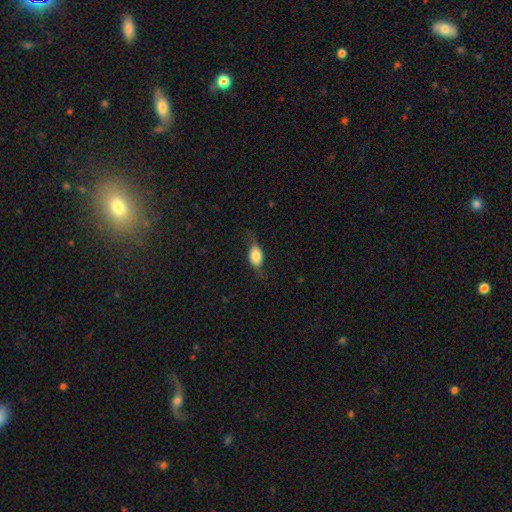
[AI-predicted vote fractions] This appears to be a smooth galaxy with no disk features (61%) that is in between round and cigar-shaped (79%). Merging: none (63%).